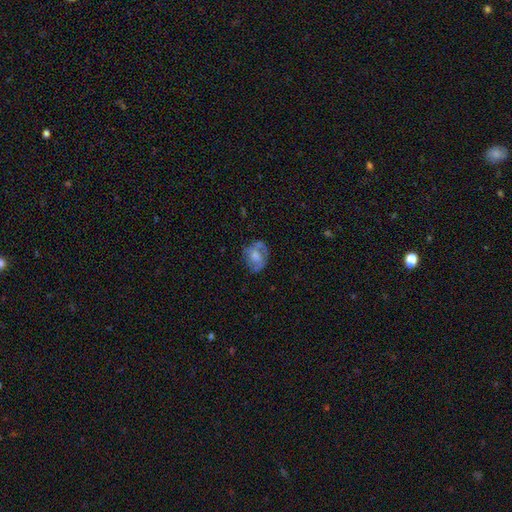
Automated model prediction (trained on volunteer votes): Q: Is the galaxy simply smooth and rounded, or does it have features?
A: smooth — 48%.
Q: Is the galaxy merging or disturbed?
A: none — 52%.